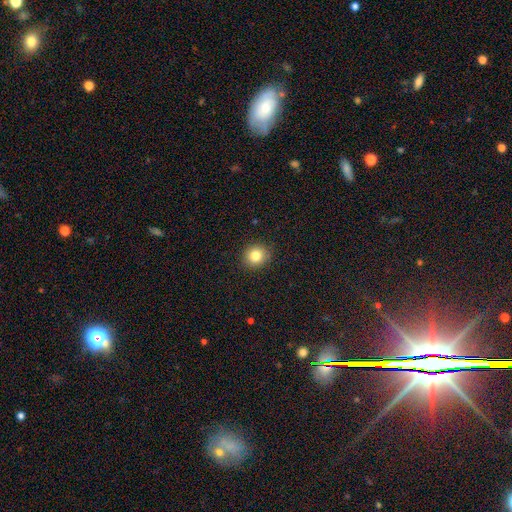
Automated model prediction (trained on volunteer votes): Morphology: type=smooth (83%); roundness=round (79%); merging=none (90%).